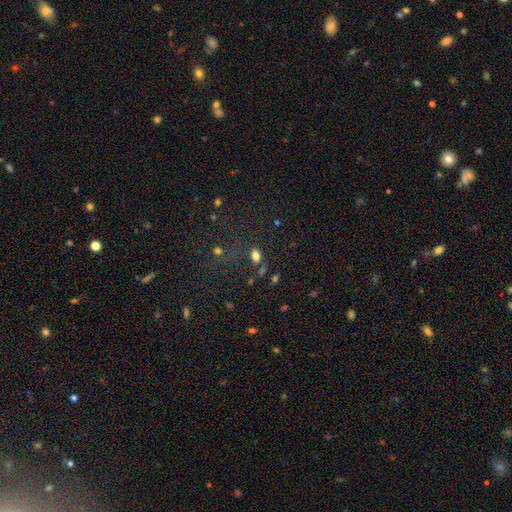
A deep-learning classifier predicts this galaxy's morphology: The model was most divided on "merging": none: 71%, minor disturbance: 14%, merger: 9%, major disturbance: 6%. More confident: how rounded — in between (84%); smooth or featured — smooth (77%).